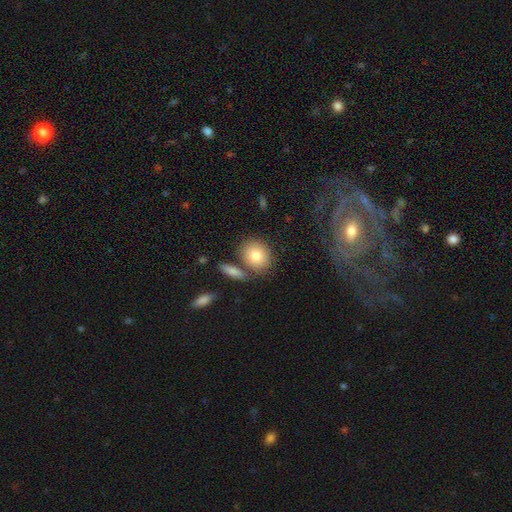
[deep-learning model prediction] Smooth or featured? smooth (80%)
How rounded? round (65%)
Merging? none (70%)